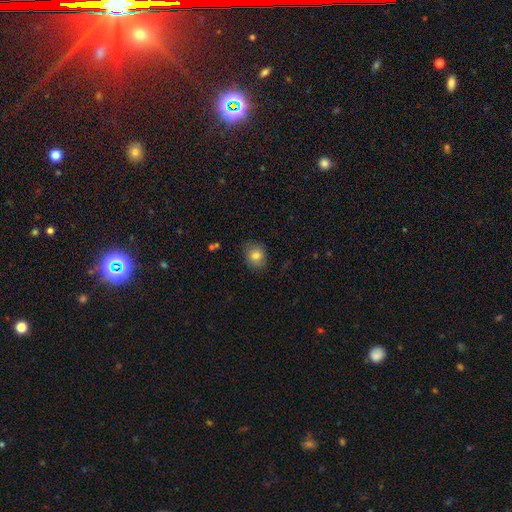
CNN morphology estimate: type=smooth (80%); roundness=round (65%); merging=none (82%).